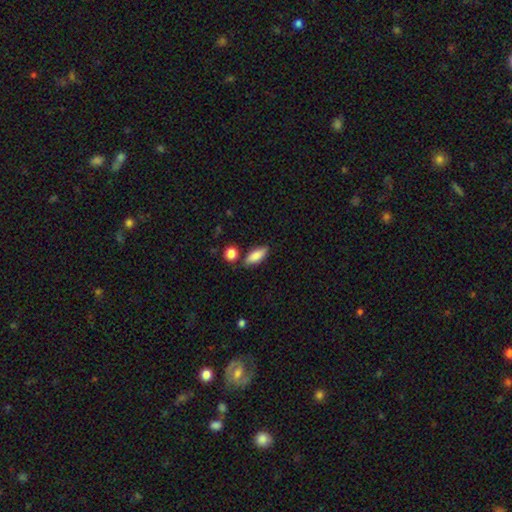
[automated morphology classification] type=smooth (83%); roundness=in between (75%); merging=none (78%).